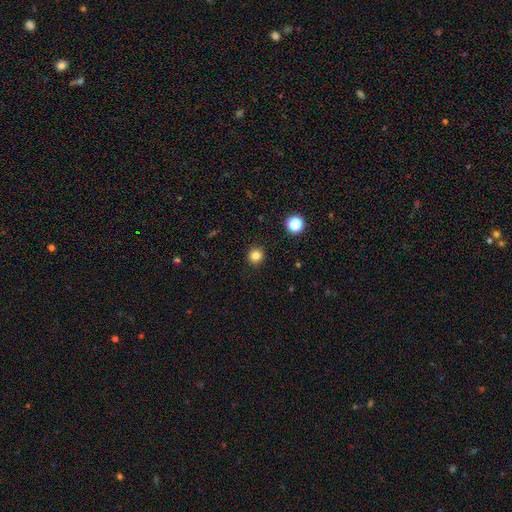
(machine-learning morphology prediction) This appears to be a smooth galaxy with no disk features (82%) that is round (93%). Merging: none (92%).